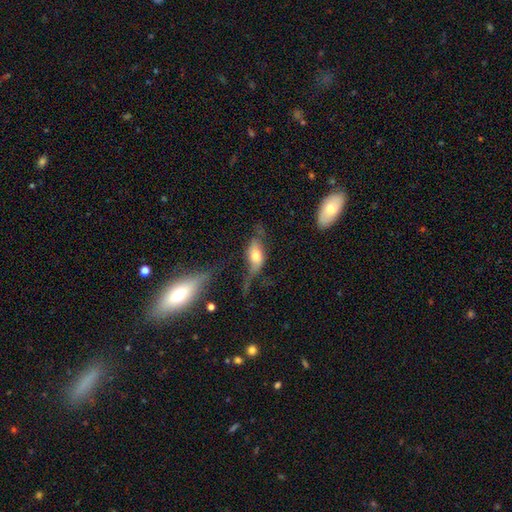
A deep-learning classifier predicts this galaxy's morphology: Smooth or featured: smooth — 51% (featured or disk — 40%)
How rounded: in between — 80% (cigar-shaped — 15%)
Merging: major disturbance — 36% (none — 31%)